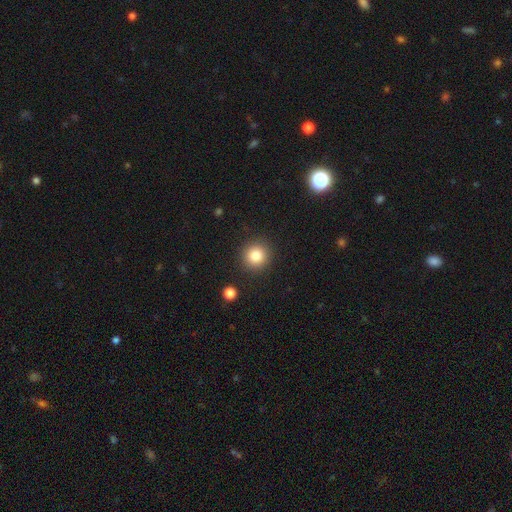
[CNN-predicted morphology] smooth 83%, star or artifact 11%, featured or disk 6%. Down the decision tree: how rounded — round (92%); merging — none (89%).